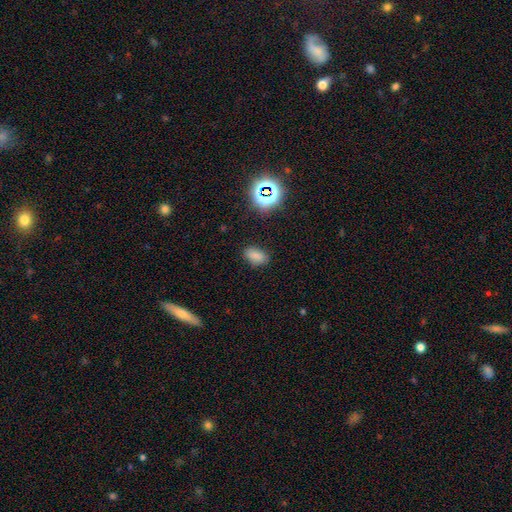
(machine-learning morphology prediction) Smooth or featured: smooth — 77% (star or artifact — 18%)
How rounded: in between — 88% (round — 10%)
Merging: none — 82% (minor disturbance — 13%)